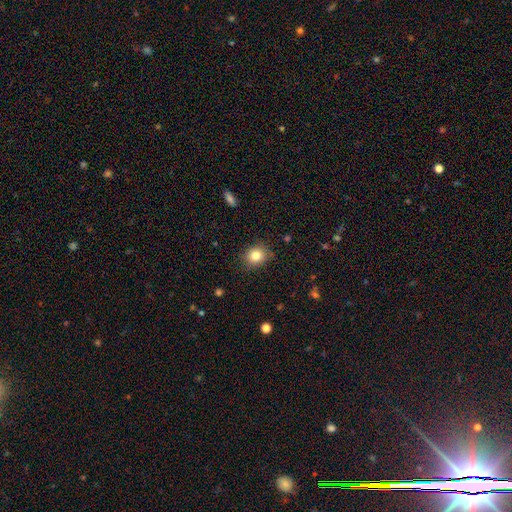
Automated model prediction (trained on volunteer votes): A smooth galaxy with no disk features (82%) that is round (64%).

Vote fractions:
- Smooth or featured? smooth: 82% / star or artifact: 10% / featured or disk: 7%
- How rounded? round: 64% / in between: 35% / cigar-shaped: 1%
- Merging? none: 83% / minor disturbance: 13% / major disturbance: 3% / merger: 1%